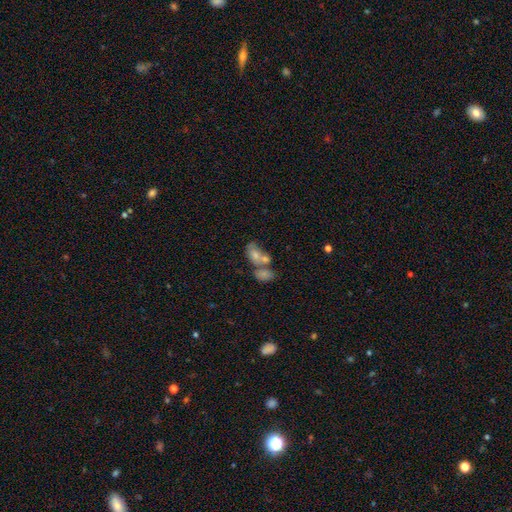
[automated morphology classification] Smooth or featured?
  - smooth: 51% *
  - featured or disk: 32%
  - star or artifact: 17%
How rounded?
  - in between: 77% *
  - round: 18%
  - cigar-shaped: 5%
Merging?
  - merger: 59% *
  - none: 25%
  - minor disturbance: 9%
  - major disturbance: 7%